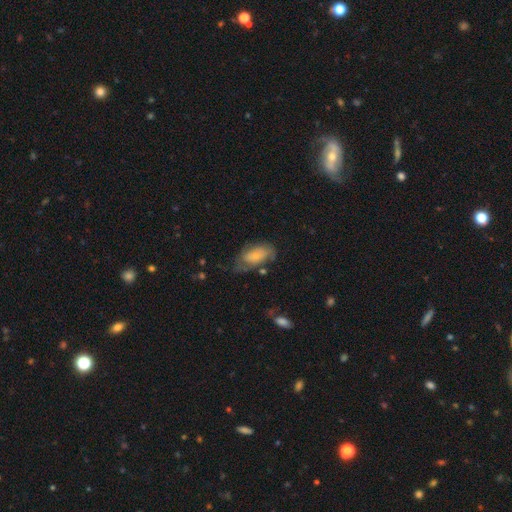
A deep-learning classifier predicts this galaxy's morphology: smooth 58%, featured or disk 35%, star or artifact 7%. Down the decision tree: how rounded — in between (91%); merging — none (43%).